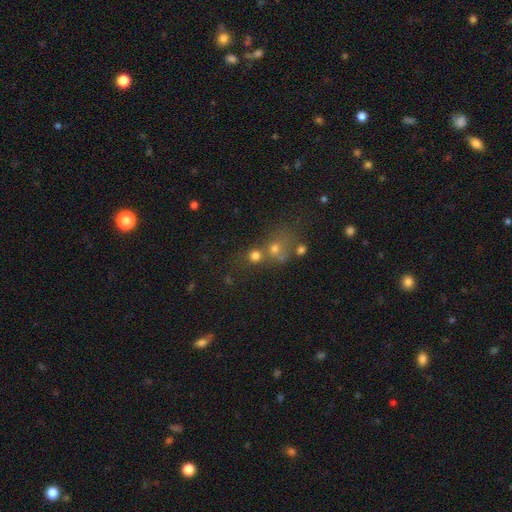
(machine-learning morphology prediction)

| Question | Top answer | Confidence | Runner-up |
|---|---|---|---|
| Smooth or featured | smooth | 67% | star or artifact (20%) |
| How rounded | round | 84% | in between (15%) |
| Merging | none | 45% | merger (42%) |